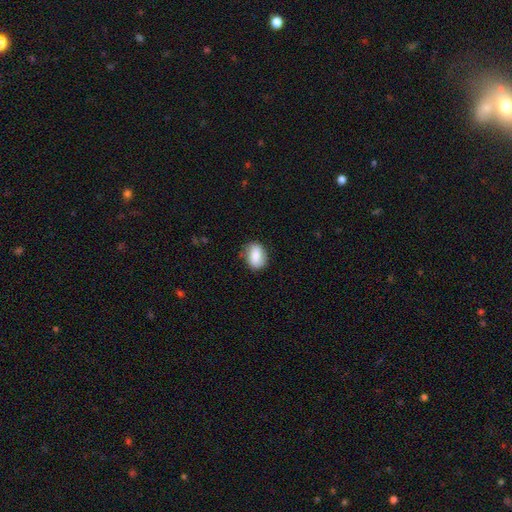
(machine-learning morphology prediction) This appears to be a smooth galaxy with no disk features (77%) that is in between round and cigar-shaped (71%). Merging: none (79%).